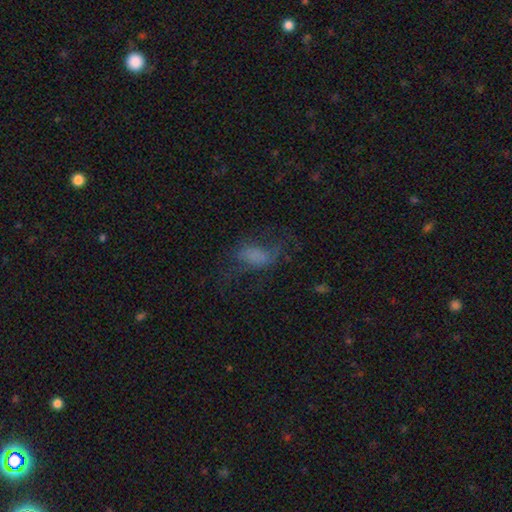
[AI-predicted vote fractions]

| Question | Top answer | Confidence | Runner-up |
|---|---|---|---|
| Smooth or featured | smooth | 50% | featured or disk (34%) |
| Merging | none | 38% | tied: major disturbance (38%) |